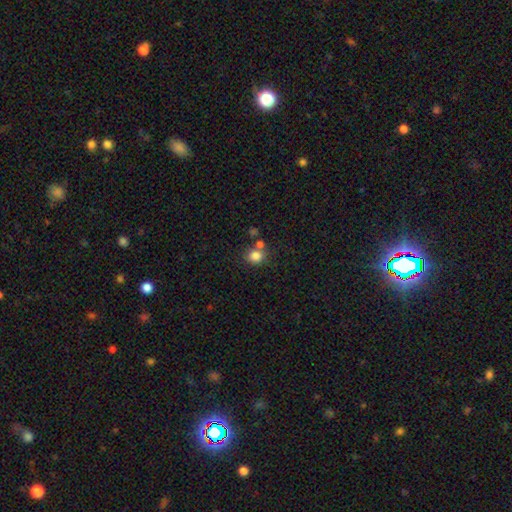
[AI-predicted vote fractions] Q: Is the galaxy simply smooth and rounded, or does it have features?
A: smooth — 82%.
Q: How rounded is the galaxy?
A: round — 81%.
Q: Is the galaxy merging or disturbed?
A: none — 65%.